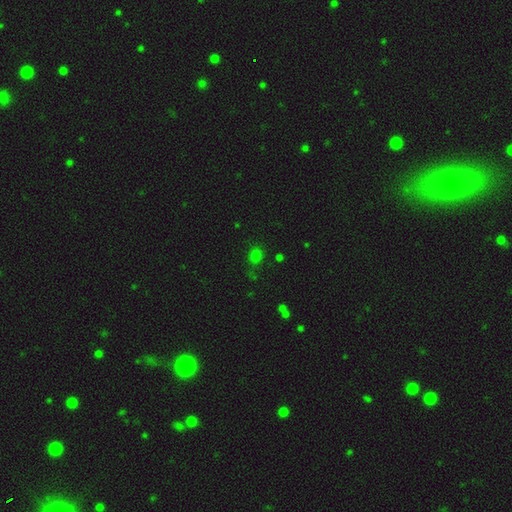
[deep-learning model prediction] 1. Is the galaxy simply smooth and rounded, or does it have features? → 70% smooth, 25% star or artifact, 5% featured or disk.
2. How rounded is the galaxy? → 64% round, 34% in between, 1% cigar-shaped.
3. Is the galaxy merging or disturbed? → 78% none, 14% minor disturbance, 5% major disturbance, 3% merger.